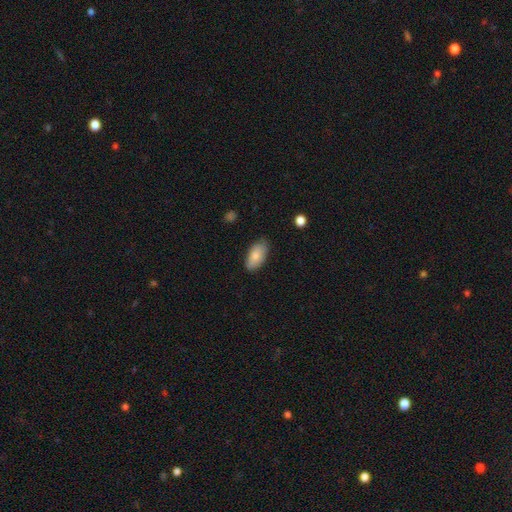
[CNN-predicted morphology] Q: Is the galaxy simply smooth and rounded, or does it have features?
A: smooth — 83%.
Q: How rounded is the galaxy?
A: in between — 92%.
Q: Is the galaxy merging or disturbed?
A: none — 77%.